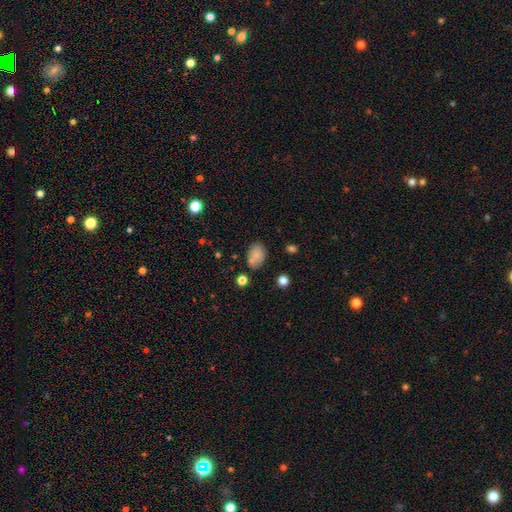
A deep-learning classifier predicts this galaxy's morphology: Smooth or featured?
  - smooth: 79% *
  - featured or disk: 10%
  - star or artifact: 10%
How rounded?
  - in between: 80% *
  - round: 18%
  - cigar-shaped: 1%
Merging?
  - none: 67% *
  - minor disturbance: 18%
  - merger: 10%
  - major disturbance: 5%